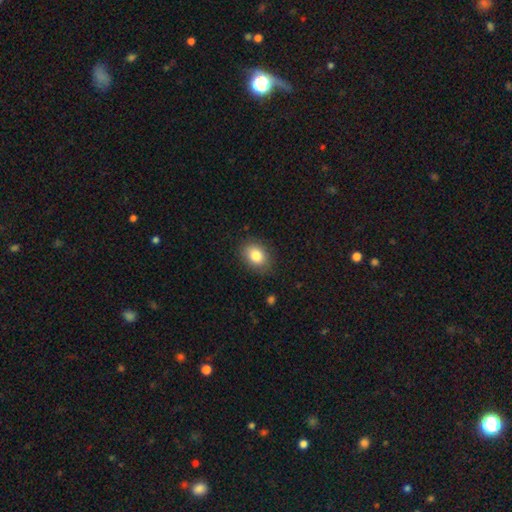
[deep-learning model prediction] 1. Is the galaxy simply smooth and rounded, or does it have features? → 83% smooth, 9% featured or disk, 8% star or artifact.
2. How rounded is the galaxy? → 71% in between, 28% round, 1% cigar-shaped.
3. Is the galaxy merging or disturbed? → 84% none, 12% minor disturbance, 3% major disturbance, 1% merger.